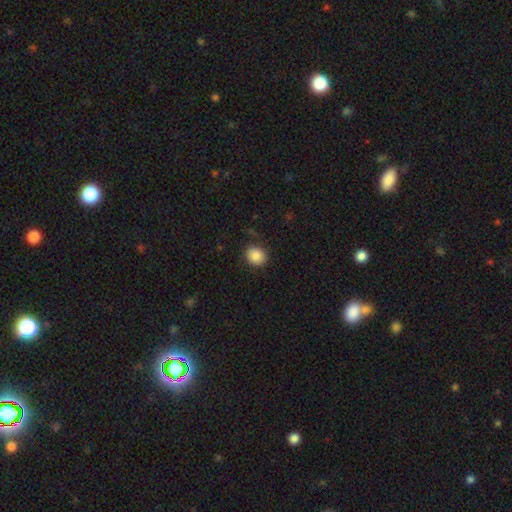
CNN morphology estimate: Smooth or featured? smooth (86%)
How rounded? round (79%)
Merging? none (86%)